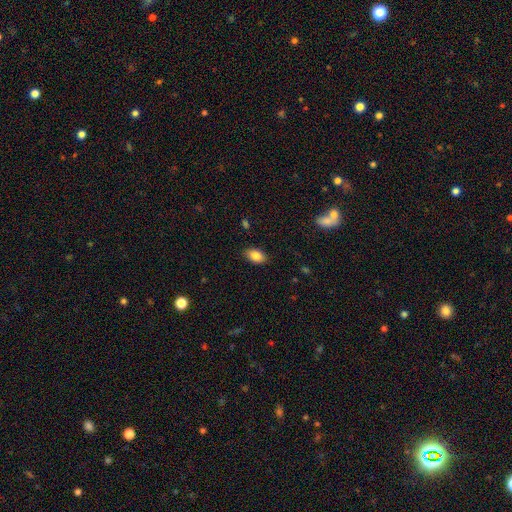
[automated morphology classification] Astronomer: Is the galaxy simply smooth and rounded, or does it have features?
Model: smooth — 86%.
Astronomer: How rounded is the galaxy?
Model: in between — 90%.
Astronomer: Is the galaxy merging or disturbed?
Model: none — 86%.